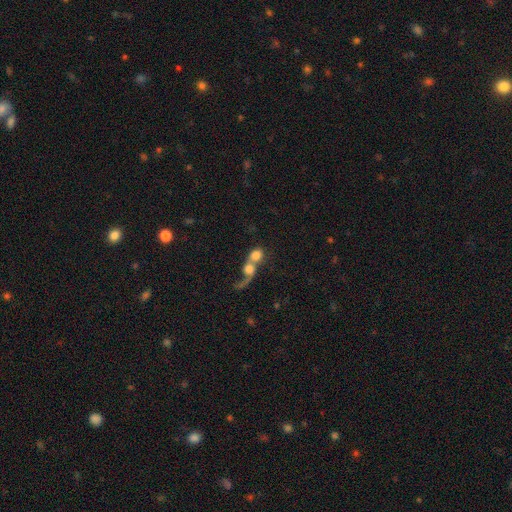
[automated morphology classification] A smooth galaxy with no disk features (64%) that is round (70%). Merging: merger (78%).